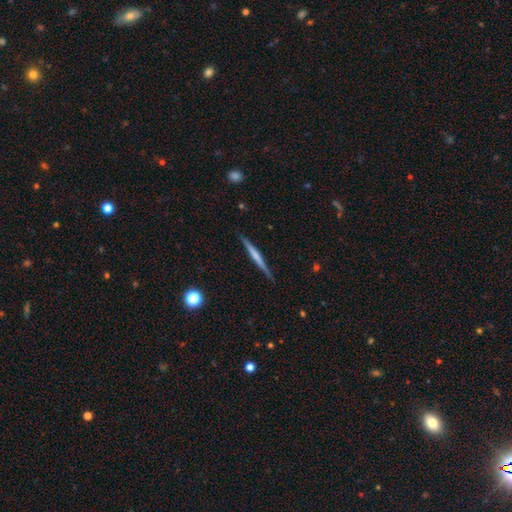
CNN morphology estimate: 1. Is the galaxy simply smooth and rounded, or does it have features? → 55% featured or disk, 39% smooth, 6% star or artifact.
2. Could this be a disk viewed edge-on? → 97% yes, 3% no.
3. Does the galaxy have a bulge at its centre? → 63% none, 23% rounded, 13% boxy.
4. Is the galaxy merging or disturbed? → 88% none, 9% minor disturbance, 2% major disturbance, 1% merger.